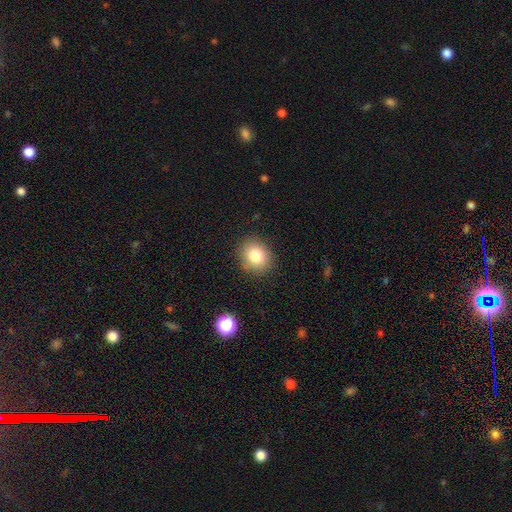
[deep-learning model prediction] Smooth or featured? Predicted: smooth (p=0.82). How rounded? Predicted: round (p=0.68). Merging? Predicted: none (p=0.86).